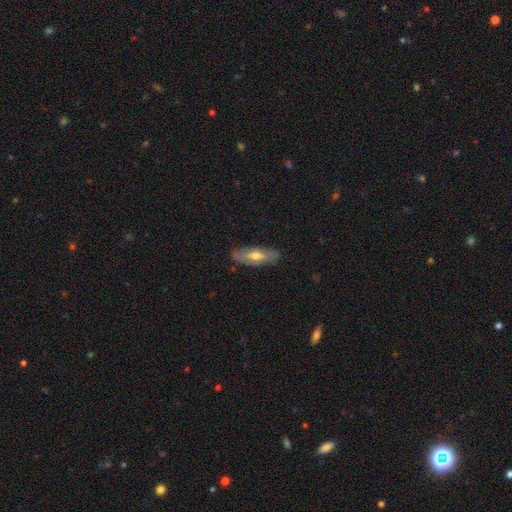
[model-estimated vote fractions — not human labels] This appears to be a featured or disk galaxy (49%). Merging: none (84%).